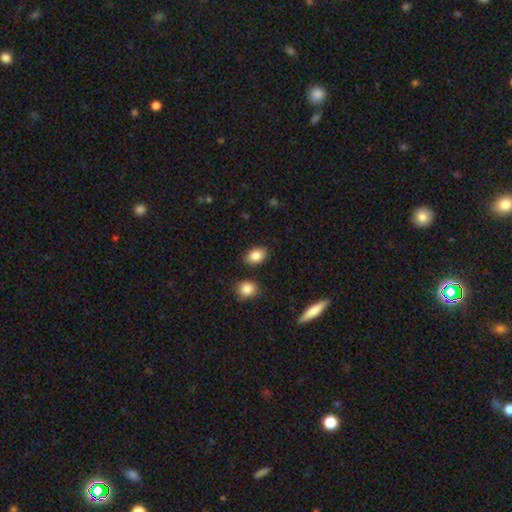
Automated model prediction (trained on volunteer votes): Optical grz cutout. It shows a smooth galaxy with no disk features (86%) that is in between round and cigar-shaped (79%). Merging: none (84%).